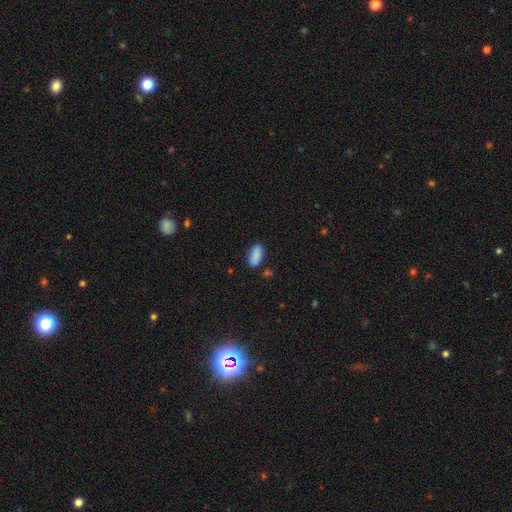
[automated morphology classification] This is clearly a smooth galaxy (87%). How rounded: clearly in between (89%). Merging: clearly none (81%).